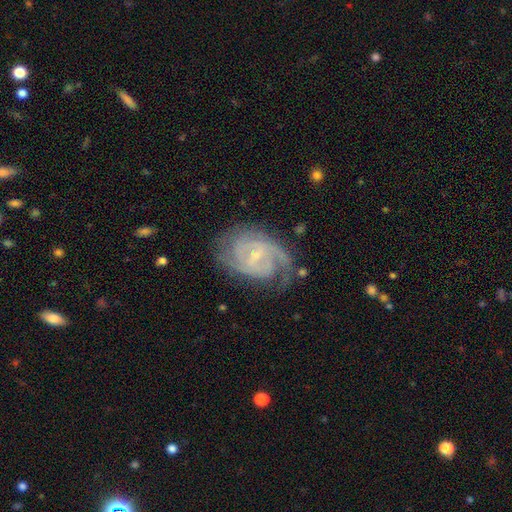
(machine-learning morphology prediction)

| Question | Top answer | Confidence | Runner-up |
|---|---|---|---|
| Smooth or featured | featured or disk | 86% | smooth (8%) |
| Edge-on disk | no | 97% | yes (3%) |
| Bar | weak | 53% | no (35%) |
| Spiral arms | yes | 96% | no (4%) |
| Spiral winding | tight | 53% | medium (37%) |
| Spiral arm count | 2 | 42% | can't tell (24%) |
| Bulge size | small | 72% | moderate (19%) |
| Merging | none | 65% | minor disturbance (21%) |